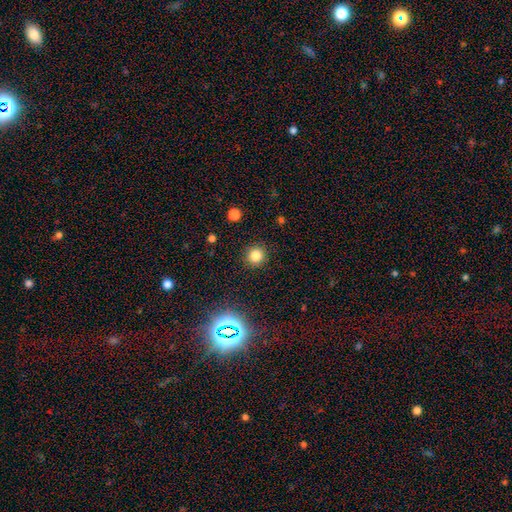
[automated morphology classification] Q: Smooth or featured?
A: smooth (79%); runner-up: star or artifact (15%)
Q: How rounded?
A: round (93%); runner-up: in between (6%)
Q: Merging?
A: none (91%); runner-up: minor disturbance (6%)